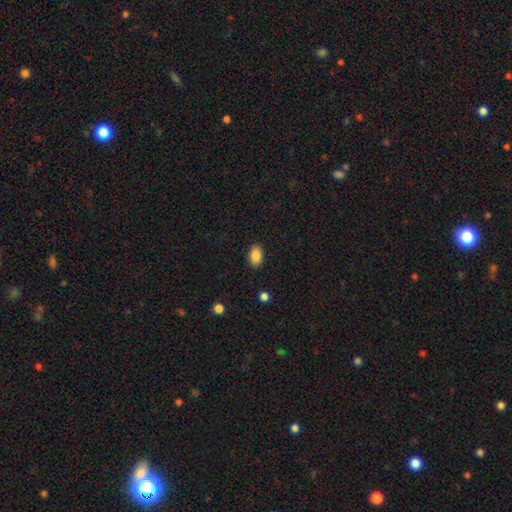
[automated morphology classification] Smooth or featured? Predicted: smooth (p=0.87). How rounded? Predicted: in between (p=0.90). Merging? Predicted: none (p=0.89).